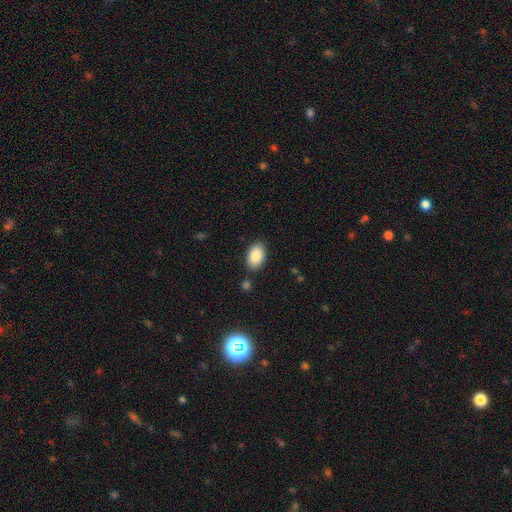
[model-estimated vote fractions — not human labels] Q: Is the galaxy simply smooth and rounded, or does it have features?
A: smooth — 87%.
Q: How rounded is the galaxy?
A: in between — 93%.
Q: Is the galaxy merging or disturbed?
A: none — 84%.